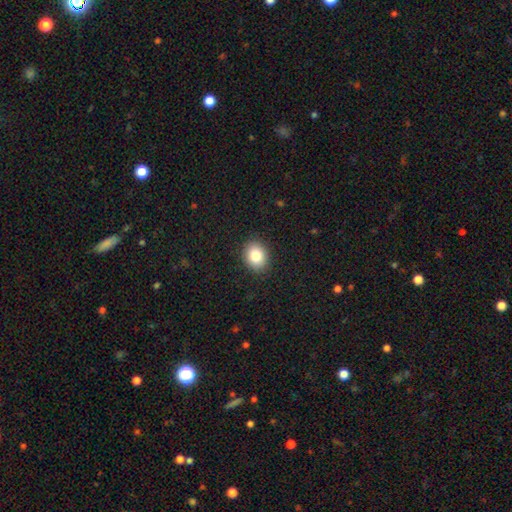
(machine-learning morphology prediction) Smooth or featured? Predicted: smooth (p=0.84). How rounded? Predicted: in between (p=0.52). Merging? Predicted: none (p=0.89).